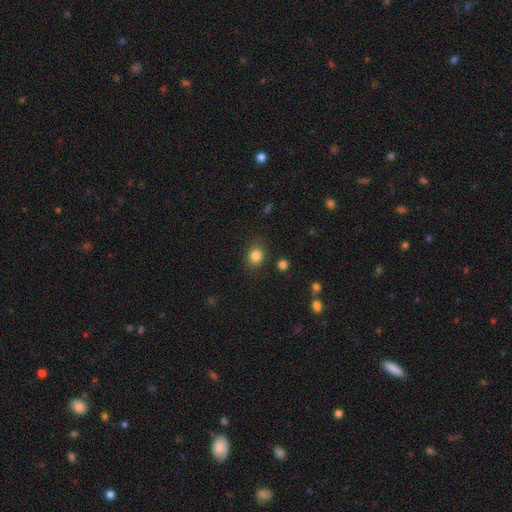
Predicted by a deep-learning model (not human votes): Smooth or featured?
  - smooth: 84% *
  - star or artifact: 11%
  - featured or disk: 5%
How rounded?
  - round: 64% *
  - in between: 35%
  - cigar-shaped: 1%
Merging?
  - none: 83% *
  - minor disturbance: 11%
  - major disturbance: 3%
  - merger: 2%